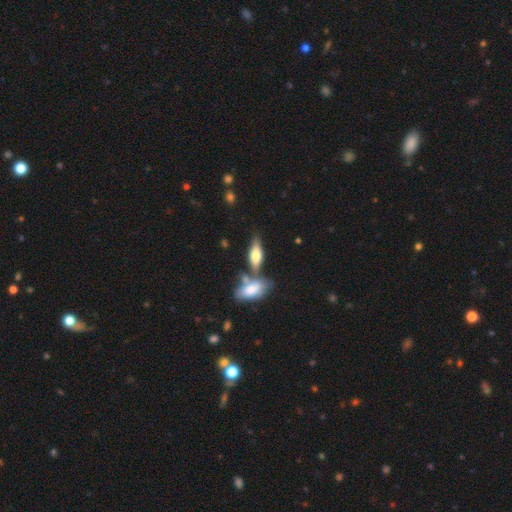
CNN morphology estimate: This appears to be a smooth galaxy with no disk features (61%) that is in between round and cigar-shaped (71%). Merging: none (51%).